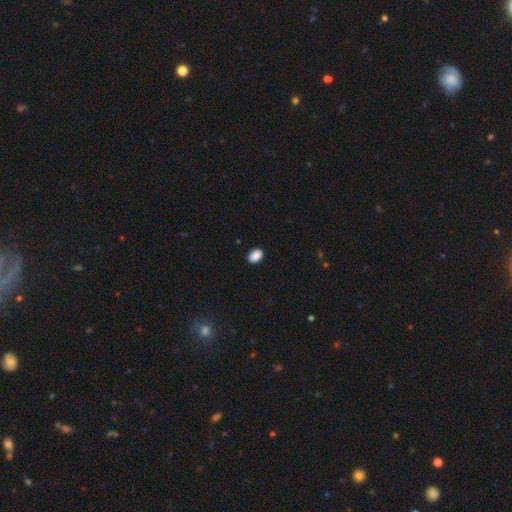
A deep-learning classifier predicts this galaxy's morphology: smooth-or-featured: smooth: 90% | star or artifact: 8% | featured or disk: 3%
  how-rounded: in between: 84% | round: 15% | cigar-shaped: 1%
  merging: none: 89% | minor disturbance: 8% | major disturbance: 2% | merger: 1%